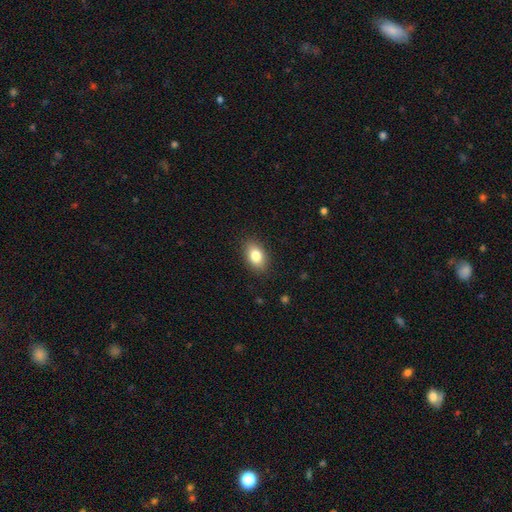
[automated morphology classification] smooth-or-featured: smooth: 82% | featured or disk: 9% | star or artifact: 8%
  how-rounded: in between: 86% | round: 13% | cigar-shaped: 2%
  merging: none: 87% | minor disturbance: 9% | major disturbance: 2% | merger: 1%